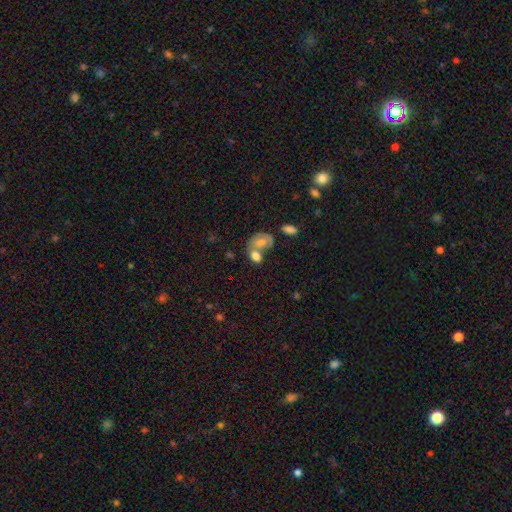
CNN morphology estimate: Q: Smooth or featured?
A: smooth (71%); runner-up: featured or disk (20%)
Q: How rounded?
A: in between (75%); runner-up: round (23%)
Q: Merging?
A: merger (54%); runner-up: none (29%)